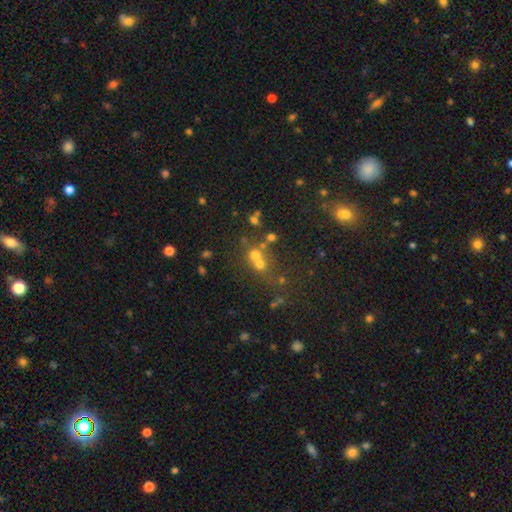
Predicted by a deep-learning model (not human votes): A smooth galaxy with no disk features (54%) that is round (79%). Merging: merger (48%).